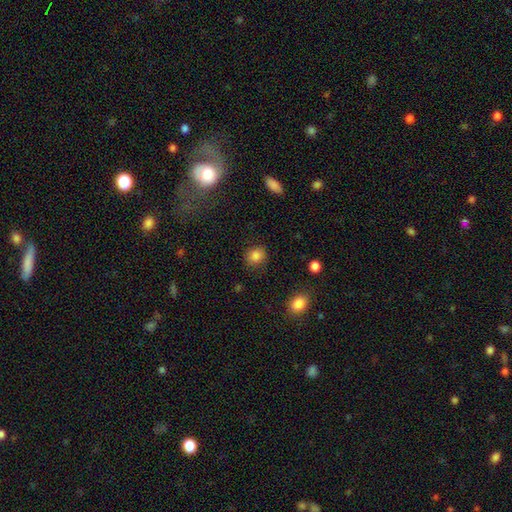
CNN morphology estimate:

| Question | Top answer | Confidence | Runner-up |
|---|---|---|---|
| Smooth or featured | smooth | 85% | star or artifact (10%) |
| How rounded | round | 71% | in between (28%) |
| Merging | none | 85% | minor disturbance (11%) |